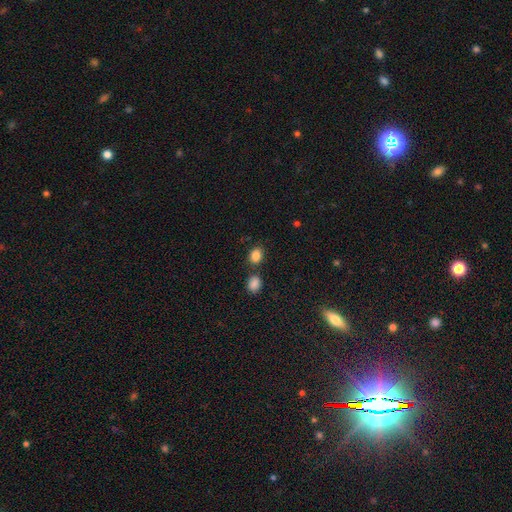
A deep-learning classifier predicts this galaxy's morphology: Overall: smooth (85%). How rounded: in between (65%; round 34%). Merging: none (70%).